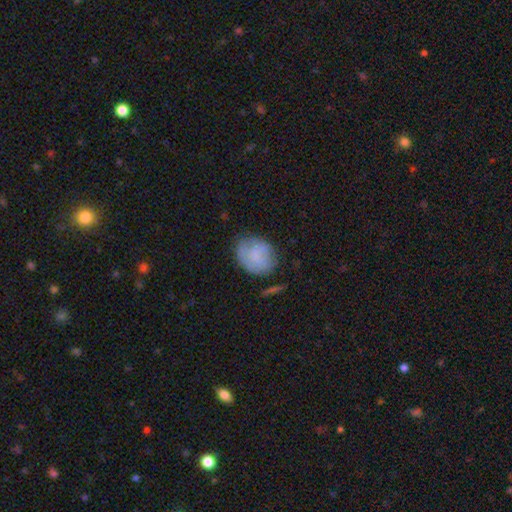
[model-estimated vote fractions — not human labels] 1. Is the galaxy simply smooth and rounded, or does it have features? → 67% smooth, 25% featured or disk, 8% star or artifact.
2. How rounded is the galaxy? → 53% round, 46% in between, 1% cigar-shaped.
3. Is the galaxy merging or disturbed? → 61% none, 26% minor disturbance, 9% major disturbance, 3% merger.